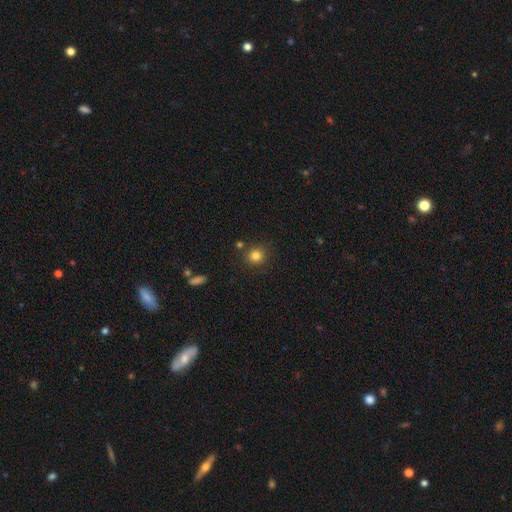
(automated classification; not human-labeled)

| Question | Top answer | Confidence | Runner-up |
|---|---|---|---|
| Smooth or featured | smooth | 81% | star or artifact (13%) |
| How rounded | round | 90% | in between (9%) |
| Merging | none | 84% | minor disturbance (9%) |